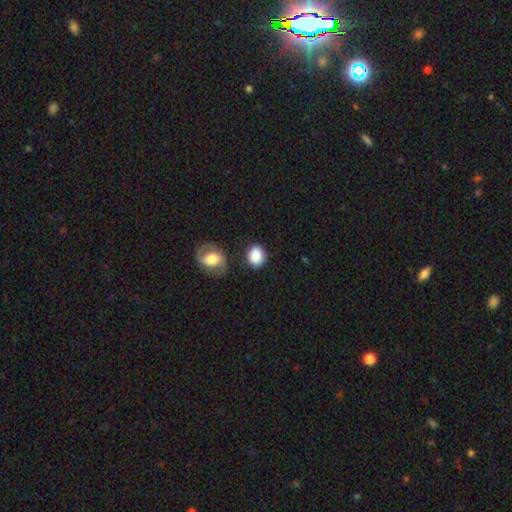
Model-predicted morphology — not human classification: type=smooth (87%); roundness=round (63%); merging=none (74%).